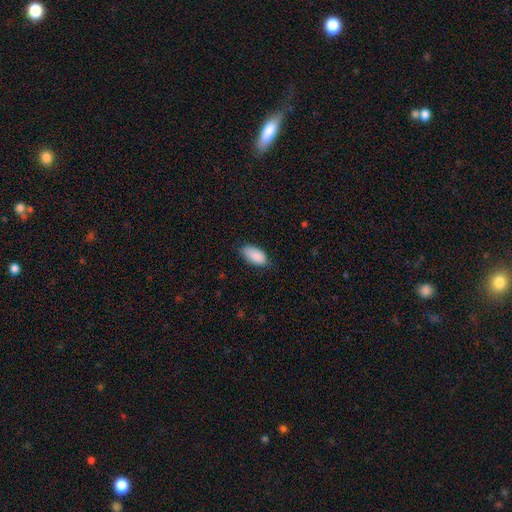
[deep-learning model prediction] A smooth galaxy with no disk features (89%) that is in between round and cigar-shaped (94%). Merging: none (76%).